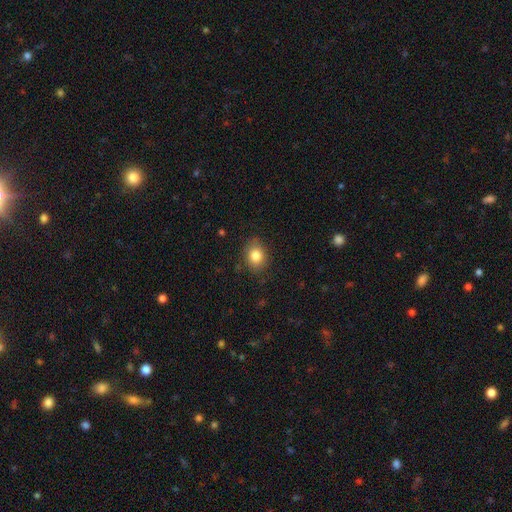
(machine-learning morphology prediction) Smooth or featured? Predicted: smooth (p=0.83). How rounded? Predicted: in between (p=0.51). Merging? Predicted: none (p=0.83).